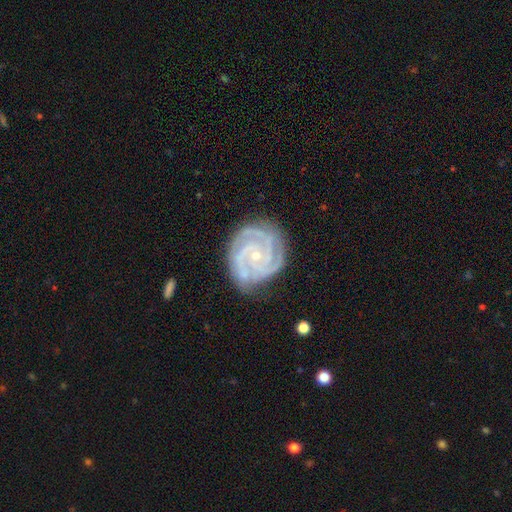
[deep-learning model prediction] featured or disk 92%, star or artifact 5%, smooth 3%. Down the decision tree: edge-on disk — no (98%); bar — no (69%); spiral arms — yes (99%); spiral arm count — 3 (48%); spiral winding — tight (77%); bulge size — small (78%); merging — none (77%).